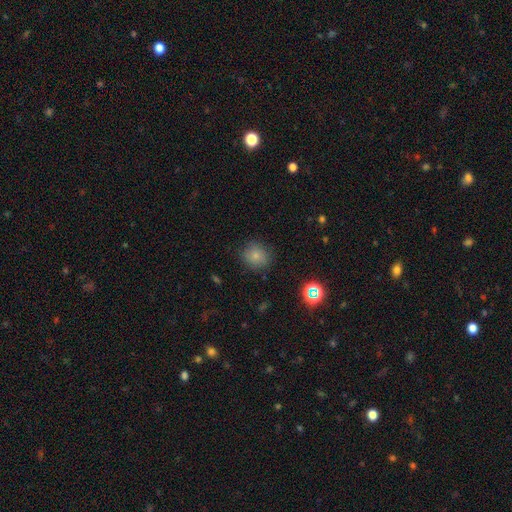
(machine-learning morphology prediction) This is likely a smooth galaxy (78%). How rounded: clearly round (80%). Merging: clearly none (83%).